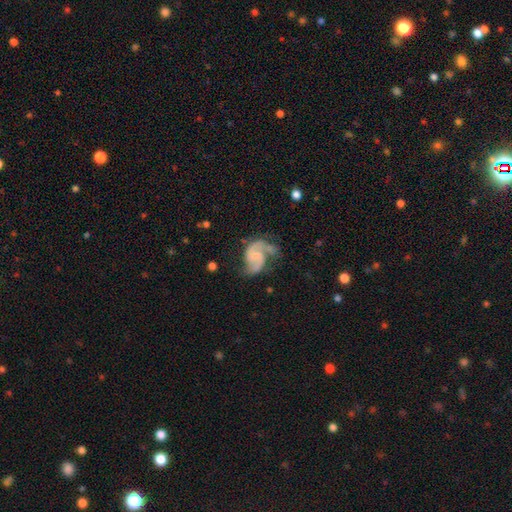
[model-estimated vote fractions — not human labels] Smooth or featured? Predicted: featured or disk (p=0.85). Edge-on disk? Predicted: no (p=0.98). Bar? Predicted: no (p=0.52). Spiral arms? Predicted: yes (p=0.96). Spiral winding? Predicted: medium (p=0.50). Spiral arm count? Predicted: 2 (p=0.87). Bulge size? Predicted: none (p=0.44). Merging? Predicted: none (p=0.49).